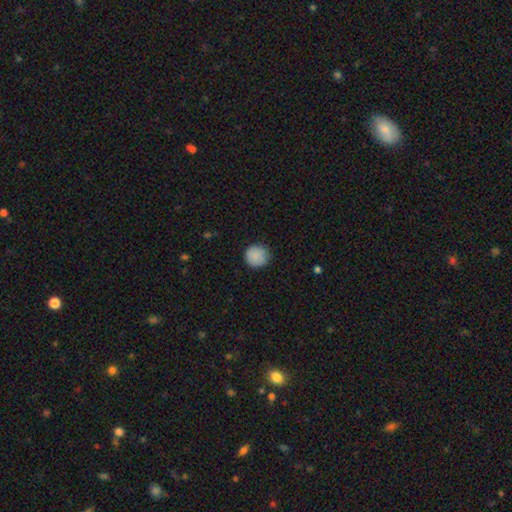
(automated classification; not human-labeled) This appears to be a smooth galaxy with no disk features (88%) that is round (93%). Merging: none (86%).